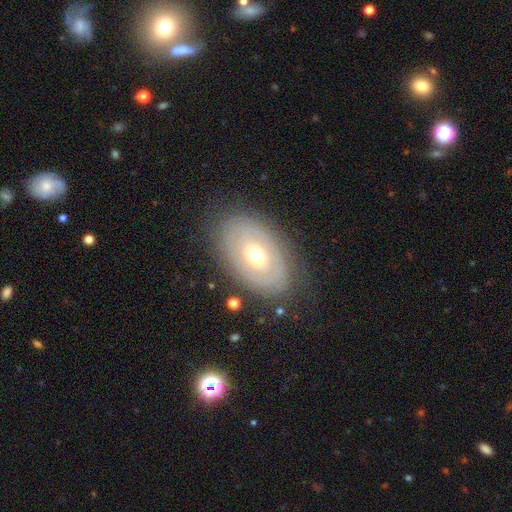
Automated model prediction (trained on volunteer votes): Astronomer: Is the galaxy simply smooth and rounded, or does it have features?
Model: featured or disk — 64%.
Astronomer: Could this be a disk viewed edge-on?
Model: no — 92%.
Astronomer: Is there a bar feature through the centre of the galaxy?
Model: no — 81%.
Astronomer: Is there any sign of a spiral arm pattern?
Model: no — 52% (runner-up: yes, 48%).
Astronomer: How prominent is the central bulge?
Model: moderate — 60%.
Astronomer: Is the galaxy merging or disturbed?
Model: none — 81%.